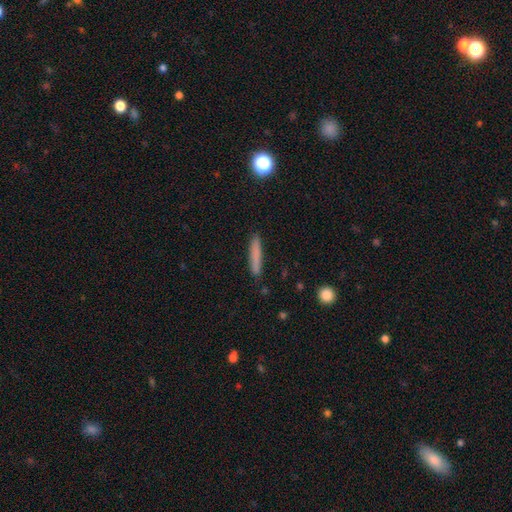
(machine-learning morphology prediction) Smooth or featured?
  - smooth: 78% *
  - featured or disk: 15%
  - star or artifact: 8%
How rounded?
  - cigar-shaped: 94% *
  - in between: 5%
  - round: 2%
Merging?
  - none: 89% *
  - minor disturbance: 8%
  - major disturbance: 2%
  - merger: 1%